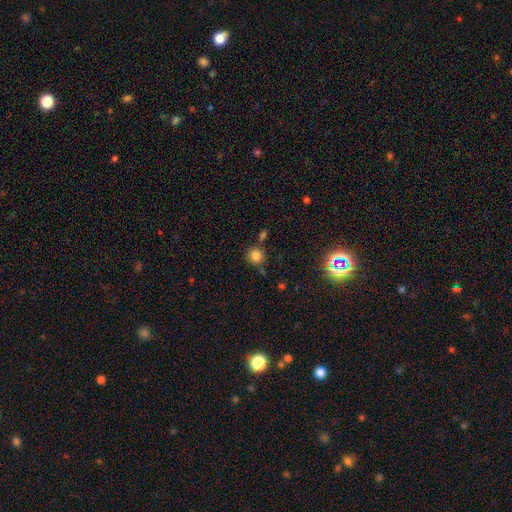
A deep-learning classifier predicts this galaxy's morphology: This appears to be a smooth galaxy with no disk features (82%) that is round (91%). Merging: none (73%).